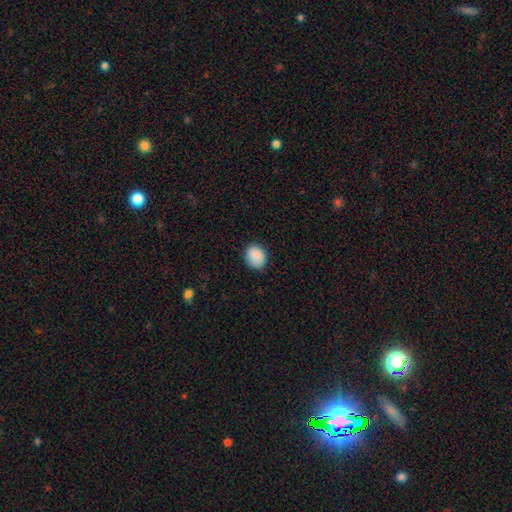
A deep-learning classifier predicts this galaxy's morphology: Smooth or featured: smooth — 88% (star or artifact — 8%)
How rounded: round — 67% (in between — 32%)
Merging: none — 84% (minor disturbance — 12%)